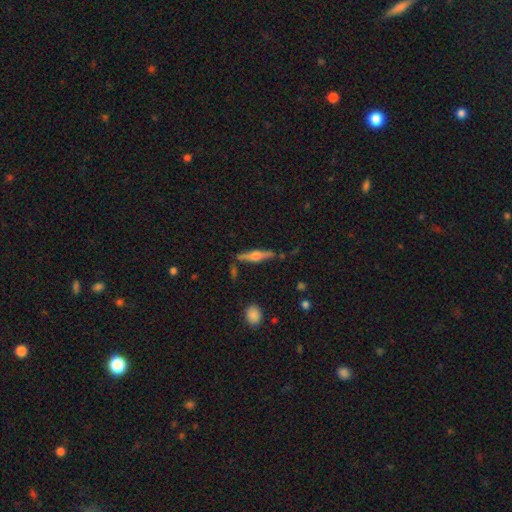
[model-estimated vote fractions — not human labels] smooth_or_featured: featured or disk (p=0.68) [alt: smooth p=0.26]
disk_edge_on: yes (p=0.97) [alt: no p=0.03]
edge_on_bulge: rounded (p=0.91) [alt: boxy p=0.07]
merging: none (p=0.84) [alt: minor disturbance p=0.10]